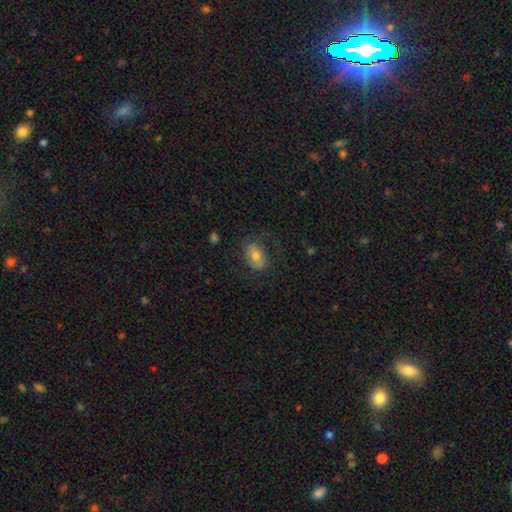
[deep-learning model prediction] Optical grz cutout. It shows a smooth galaxy with no disk features (64%) that is in between round and cigar-shaped (81%). Merging: none (71%).